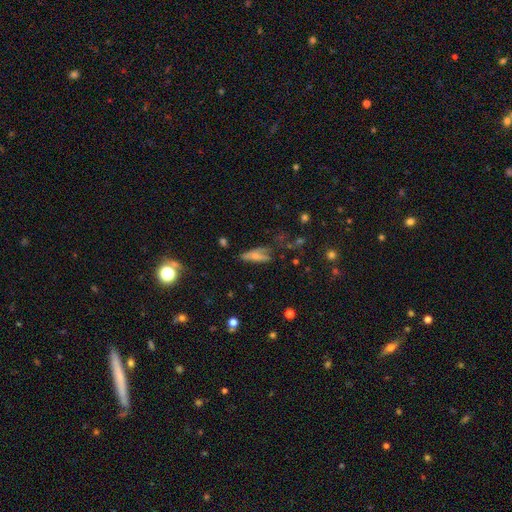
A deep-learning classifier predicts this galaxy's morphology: smooth-or-featured: smooth: 53% | featured or disk: 33% | star or artifact: 14%
  how-rounded: in between: 53% | cigar-shaped: 42% | round: 5%
  merging: none: 36% | major disturbance: 29% | minor disturbance: 27% | merger: 9%